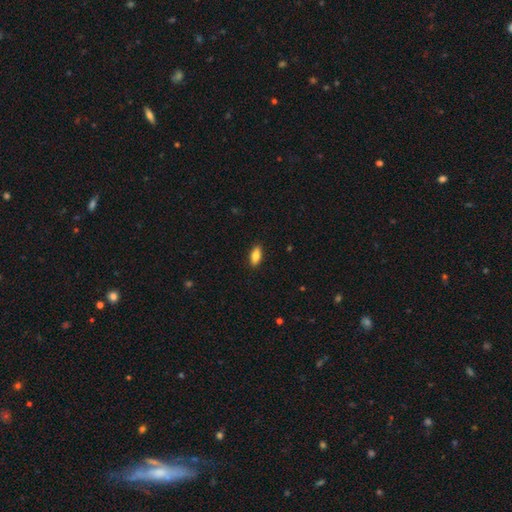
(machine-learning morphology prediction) type=smooth (84%); roundness=in between (82%); merging=none (89%).